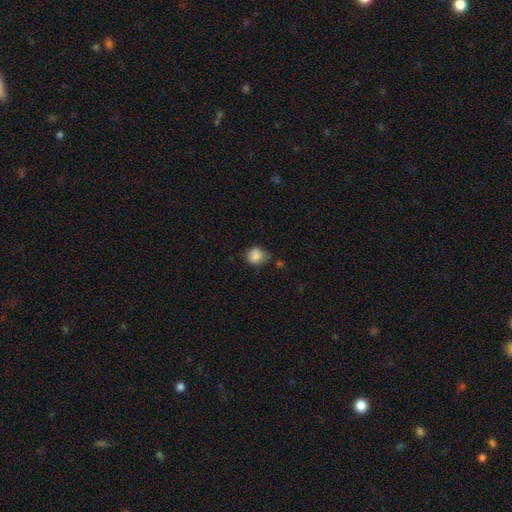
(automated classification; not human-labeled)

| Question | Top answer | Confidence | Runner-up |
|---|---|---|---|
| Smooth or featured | smooth | 87% | star or artifact (9%) |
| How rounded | round | 81% | in between (18%) |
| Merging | none | 64% | minor disturbance (26%) |